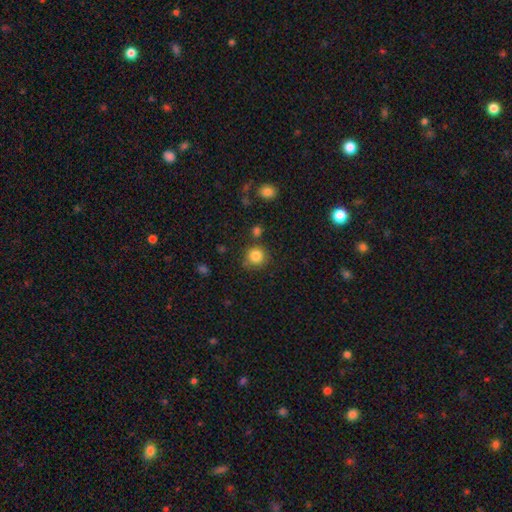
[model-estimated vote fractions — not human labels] Morphology: type=smooth (84%); roundness=round (91%); merging=none (77%).